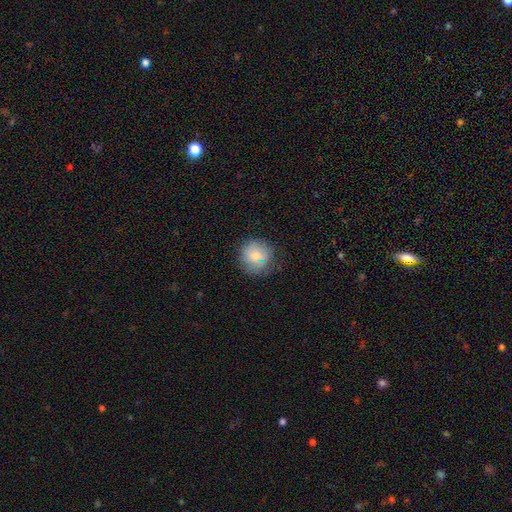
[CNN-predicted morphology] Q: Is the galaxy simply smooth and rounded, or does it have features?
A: smooth — 77%.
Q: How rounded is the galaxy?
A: round — 89%.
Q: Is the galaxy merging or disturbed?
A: none — 73%.